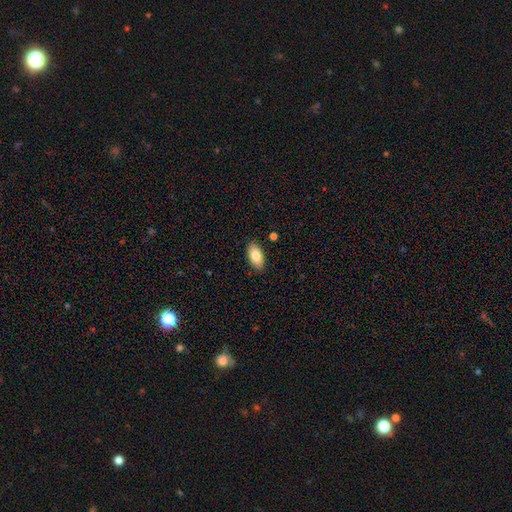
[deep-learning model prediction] smooth-or-featured: smooth: 82% | featured or disk: 11% | star or artifact: 7%
  how-rounded: in between: 93% | cigar-shaped: 4% | round: 3%
  merging: none: 87% | minor disturbance: 9% | major disturbance: 2% | merger: 1%